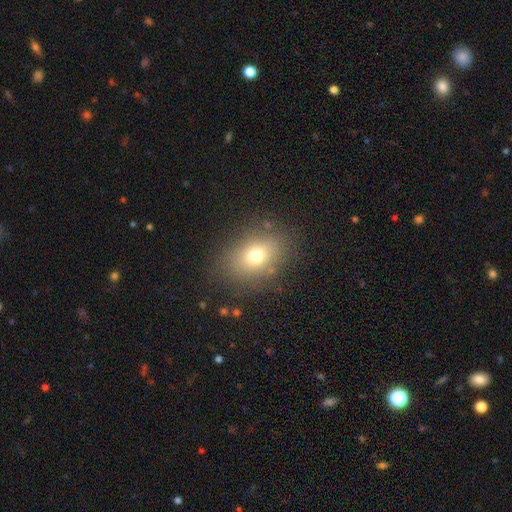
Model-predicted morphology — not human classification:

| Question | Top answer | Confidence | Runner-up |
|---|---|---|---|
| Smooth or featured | smooth | 72% | star or artifact (15%) |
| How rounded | in between | 65% | round (34%) |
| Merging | none | 82% | minor disturbance (11%) |